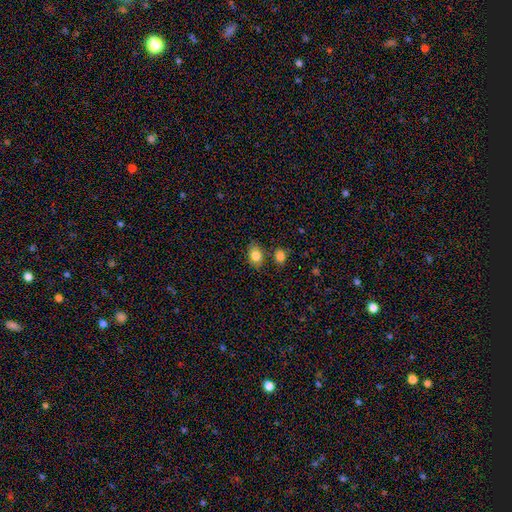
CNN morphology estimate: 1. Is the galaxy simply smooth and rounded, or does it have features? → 84% smooth, 9% star or artifact, 7% featured or disk.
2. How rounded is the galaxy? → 67% in between, 32% round, 1% cigar-shaped.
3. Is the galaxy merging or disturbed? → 74% none, 14% minor disturbance, 9% merger, 3% major disturbance.